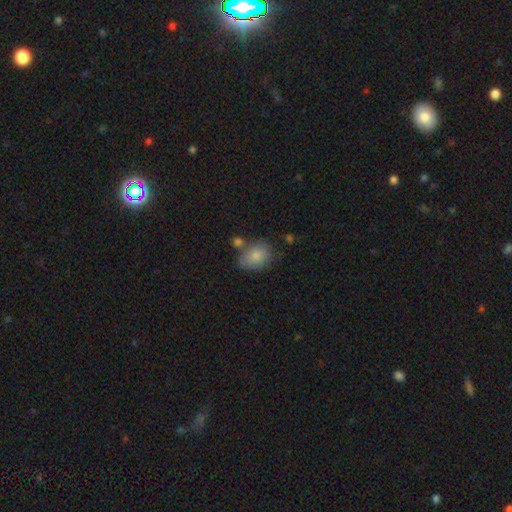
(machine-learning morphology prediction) A smooth galaxy with no disk features (81%) that is in between round and cigar-shaped (56%). Merging: none (61%).